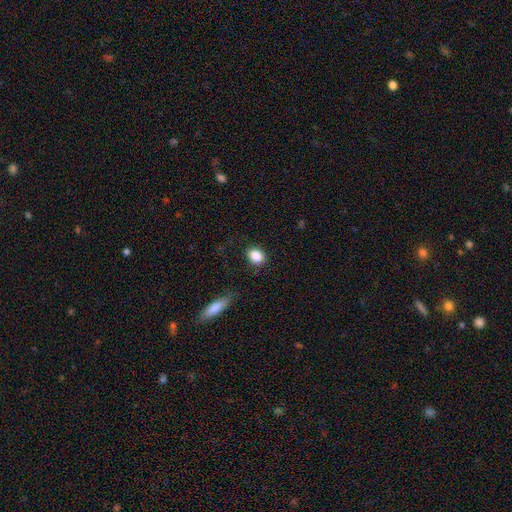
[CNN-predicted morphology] smooth 87%, star or artifact 9%, featured or disk 5%. Down the decision tree: how rounded — in between (56%); merging — none (83%).